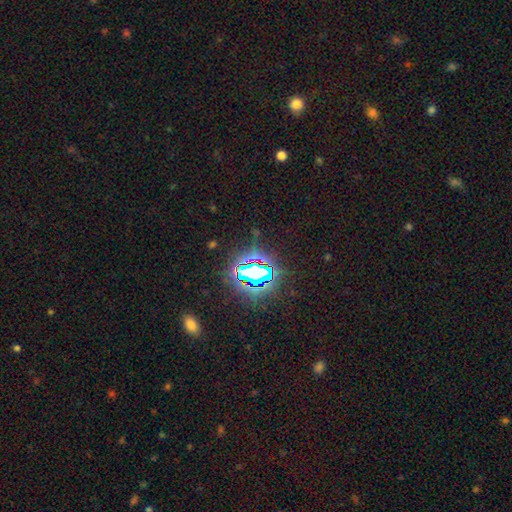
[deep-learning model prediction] Q: Smooth or featured?
A: star or artifact (81%); runner-up: smooth (11%)